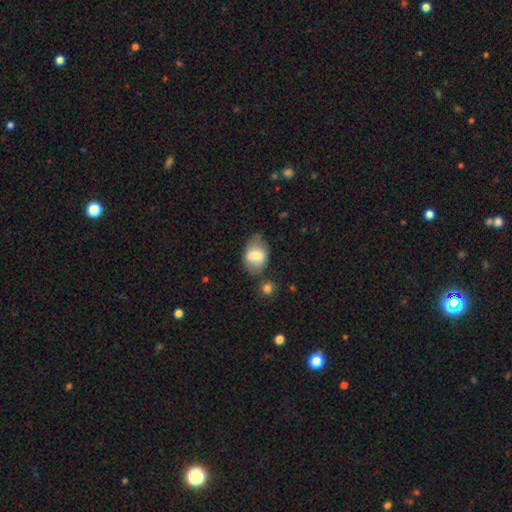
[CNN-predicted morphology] smooth-or-featured: smooth: 69% | featured or disk: 24% | star or artifact: 7%
  how-rounded: in between: 76% | round: 23% | cigar-shaped: 1%
  merging: none: 57% | minor disturbance: 26% | major disturbance: 9% | merger: 8%